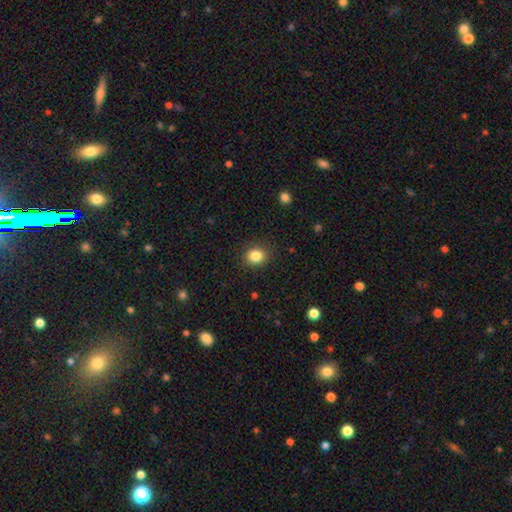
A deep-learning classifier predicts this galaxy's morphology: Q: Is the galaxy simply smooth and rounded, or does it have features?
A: smooth — 84%.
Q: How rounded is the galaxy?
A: round — 71%.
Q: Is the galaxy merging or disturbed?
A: none — 88%.